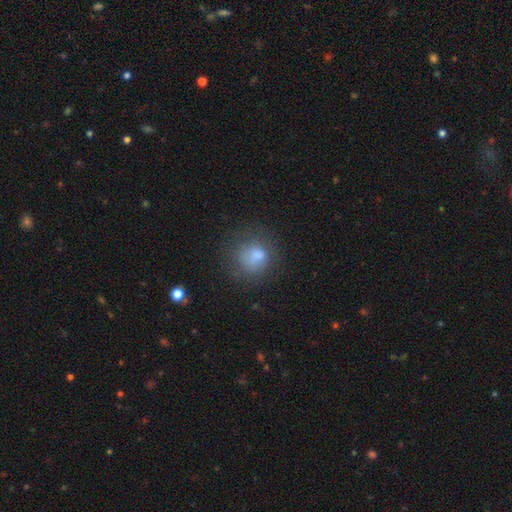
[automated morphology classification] Smooth or featured? Predicted: smooth (p=0.73). How rounded? Predicted: round (p=0.81). Merging? Predicted: none (p=0.65).